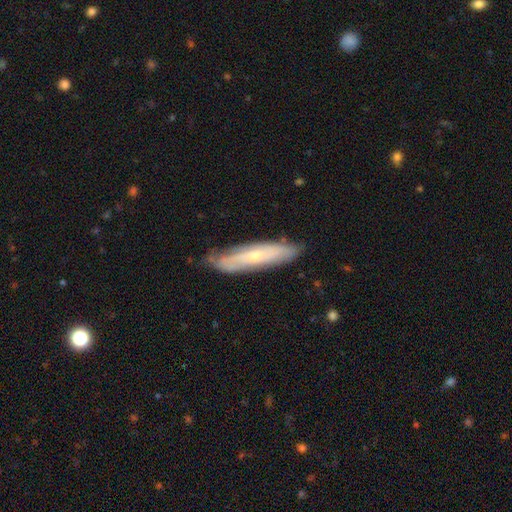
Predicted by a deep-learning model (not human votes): Q: Smooth or featured?
A: featured or disk (56%); runner-up: smooth (38%)
Q: Edge-on disk?
A: no (52%); runner-up: yes (48%)
Q: Merging?
A: none (76%); runner-up: minor disturbance (19%)